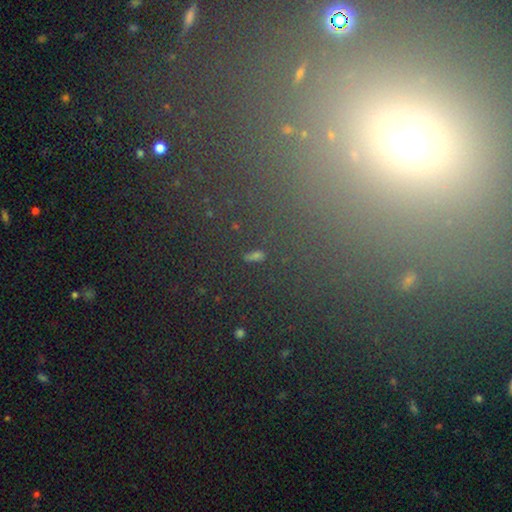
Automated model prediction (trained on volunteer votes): Morphology: type=star or artifact (58%).